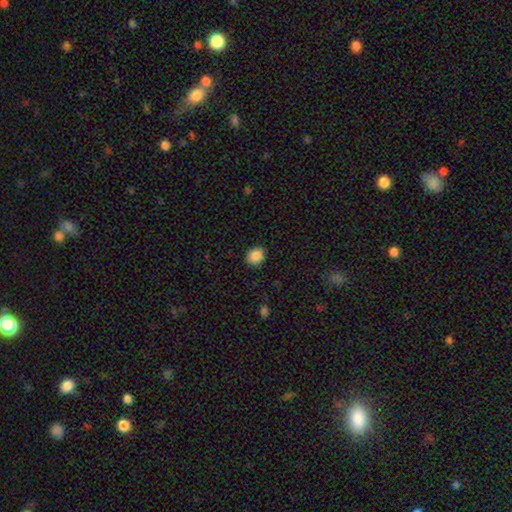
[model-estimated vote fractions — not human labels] Smooth or featured?
  - smooth: 88% *
  - star or artifact: 9%
  - featured or disk: 4%
How rounded?
  - round: 64% *
  - in between: 35%
  - cigar-shaped: 1%
Merging?
  - none: 88% *
  - minor disturbance: 9%
  - major disturbance: 2%
  - merger: 1%